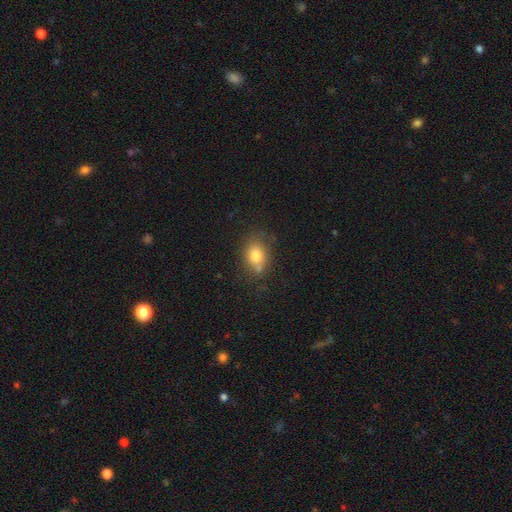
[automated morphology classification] Q: Smooth or featured?
A: smooth (78%); runner-up: featured or disk (11%)
Q: How rounded?
A: in between (51%); runner-up: round (48%)
Q: Merging?
A: none (59%); runner-up: minor disturbance (19%)